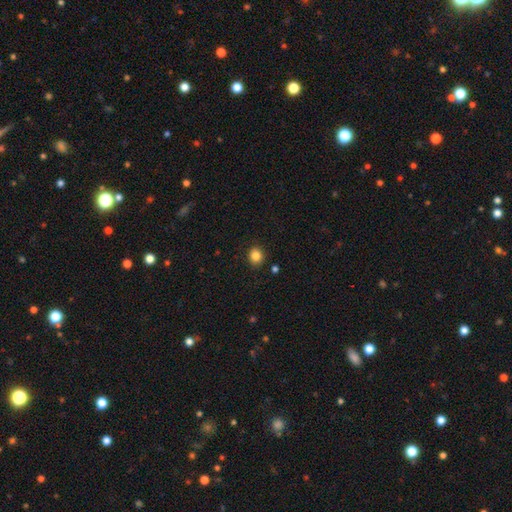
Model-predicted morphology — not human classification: The model was most divided on "how rounded": round: 76%, in between: 23%, cigar-shaped: 1%. More confident: merging — none (90%); smooth or featured — smooth (85%).